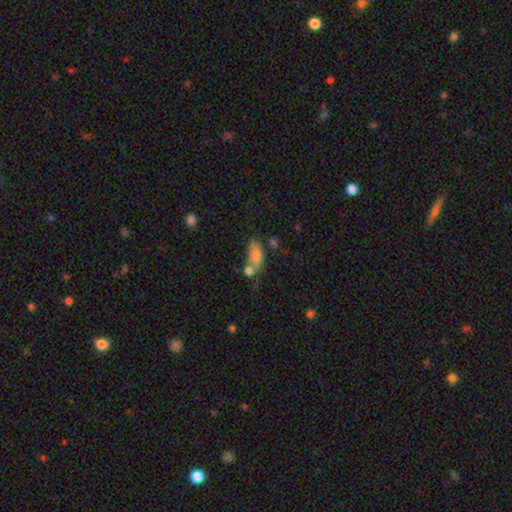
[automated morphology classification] type=smooth (77%); roundness=in between (82%); merging=none (39%).